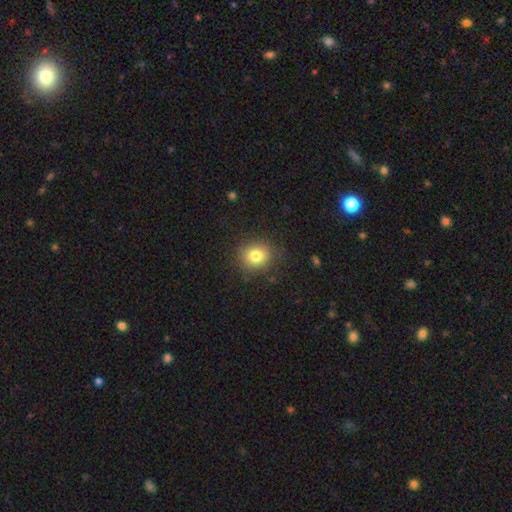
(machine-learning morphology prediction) This is clearly a smooth galaxy (80%). How rounded: likely round (79%). Merging: clearly none (85%).